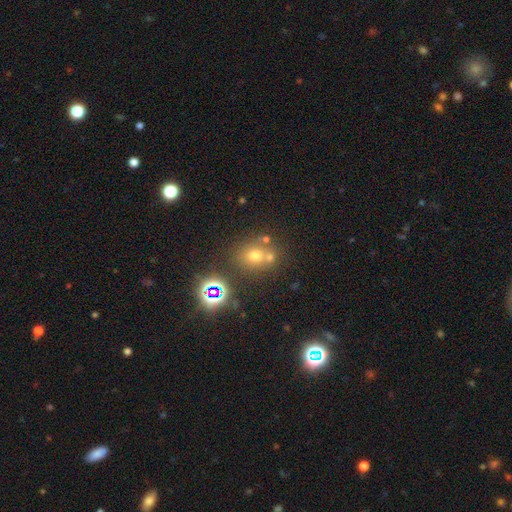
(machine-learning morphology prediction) Q: Smooth or featured?
A: smooth (57%); runner-up: star or artifact (30%)
Q: How rounded?
A: round (73%); runner-up: in between (26%)
Q: Merging?
A: none (60%); runner-up: merger (25%)